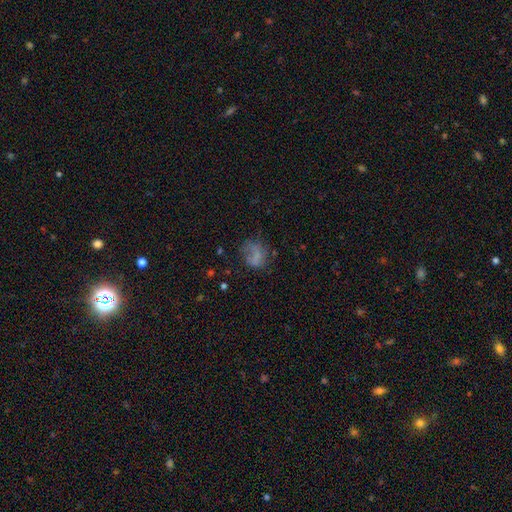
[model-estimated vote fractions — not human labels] Smooth or featured? smooth (59%)
How rounded? round (51%)
Merging? none (44%)